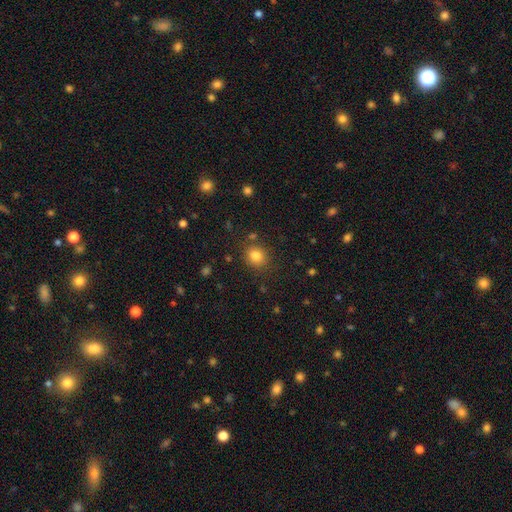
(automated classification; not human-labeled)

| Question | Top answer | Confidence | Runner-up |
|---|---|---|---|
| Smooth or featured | smooth | 82% | star or artifact (12%) |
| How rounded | round | 78% | in between (21%) |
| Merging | none | 82% | minor disturbance (10%) |